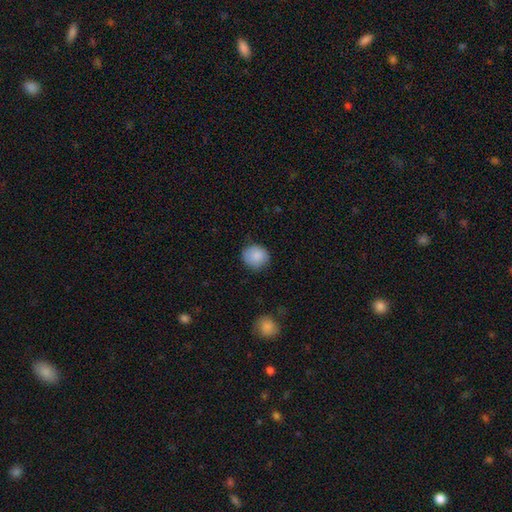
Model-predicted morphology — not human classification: smooth-or-featured: smooth: 88% | star or artifact: 7% | featured or disk: 5%
  how-rounded: round: 86% | in between: 13% | cigar-shaped: 1%
  merging: none: 82% | minor disturbance: 14% | major disturbance: 3% | merger: 1%